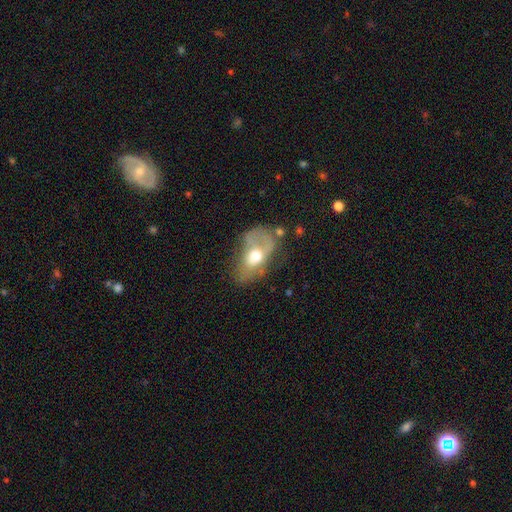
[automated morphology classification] A smooth galaxy with no disk features (47%). Merging: none (33%).